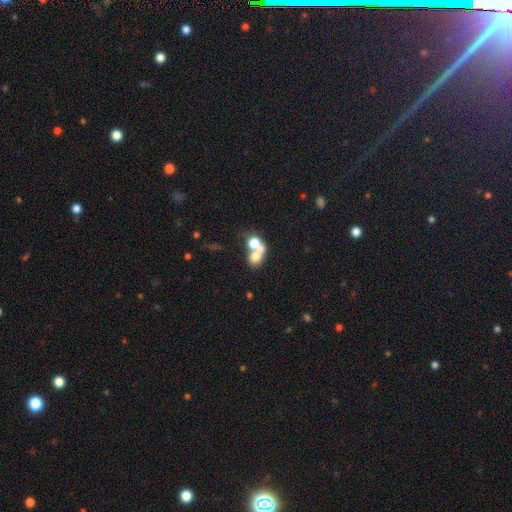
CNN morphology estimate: A smooth galaxy with no disk features (60%) that is round (64%). Merging: merger (64%).